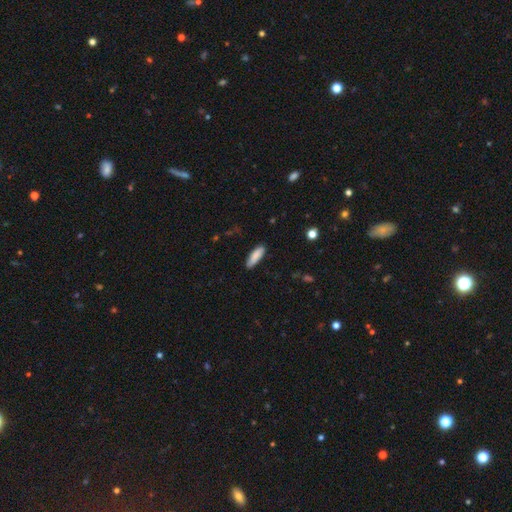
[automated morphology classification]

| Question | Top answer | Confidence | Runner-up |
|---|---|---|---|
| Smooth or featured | smooth | 87% | featured or disk (7%) |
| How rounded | in between | 51% | cigar-shaped (48%) |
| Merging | none | 82% | minor disturbance (14%) |